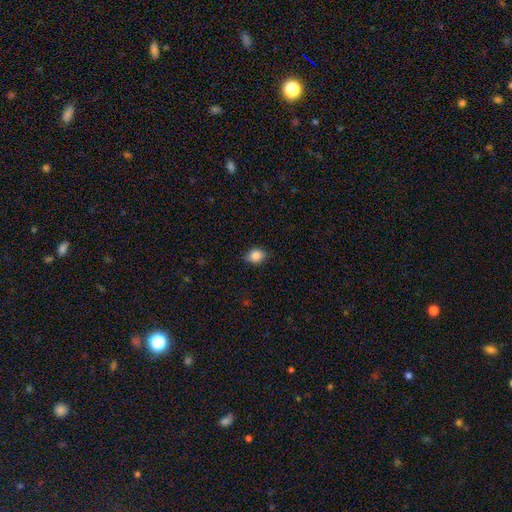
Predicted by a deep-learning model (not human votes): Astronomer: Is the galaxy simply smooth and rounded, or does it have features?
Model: smooth — 85%.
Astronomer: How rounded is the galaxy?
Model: in between — 54% (runner-up: round, 45%).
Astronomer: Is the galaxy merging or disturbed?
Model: none — 83%.